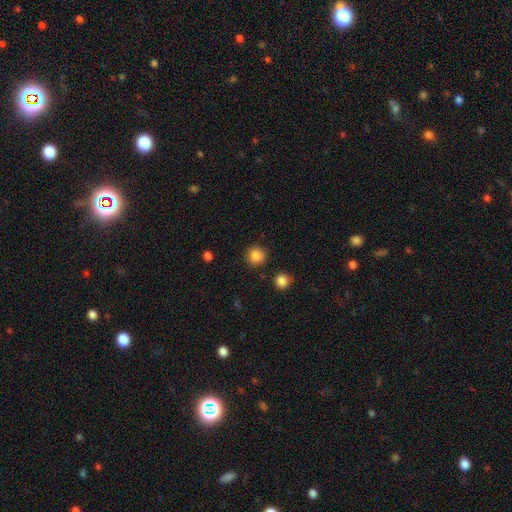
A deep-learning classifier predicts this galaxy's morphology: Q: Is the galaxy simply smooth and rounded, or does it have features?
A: smooth — 86%.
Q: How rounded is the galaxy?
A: round — 93%.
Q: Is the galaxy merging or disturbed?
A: none — 89%.